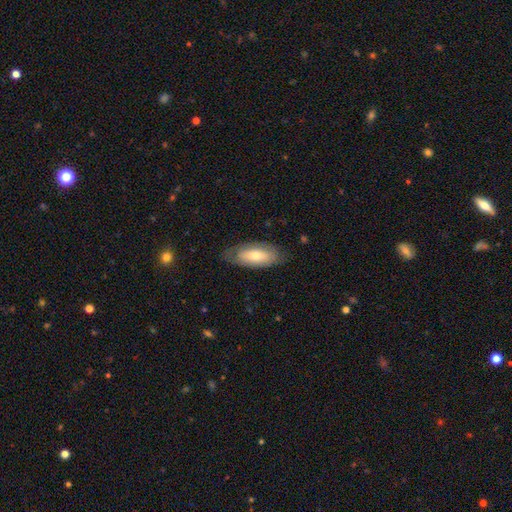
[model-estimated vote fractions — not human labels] Q: Smooth or featured?
A: smooth (63%); runner-up: featured or disk (31%)
Q: How rounded?
A: in between (85%); runner-up: cigar-shaped (12%)
Q: Merging?
A: none (74%); runner-up: minor disturbance (19%)